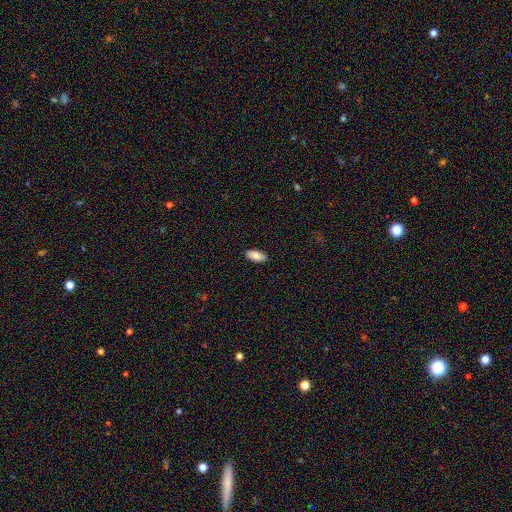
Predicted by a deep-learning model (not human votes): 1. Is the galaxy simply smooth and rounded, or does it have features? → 83% smooth, 10% featured or disk, 7% star or artifact.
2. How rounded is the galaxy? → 92% in between, 6% cigar-shaped, 2% round.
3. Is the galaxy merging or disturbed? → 89% none, 8% minor disturbance, 2% major disturbance, 1% merger.